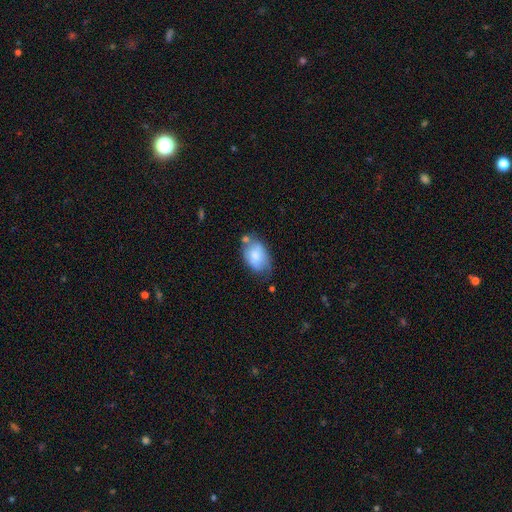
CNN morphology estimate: A smooth galaxy with no disk features (73%) that is in between round and cigar-shaped (88%). Merging: none (45%).